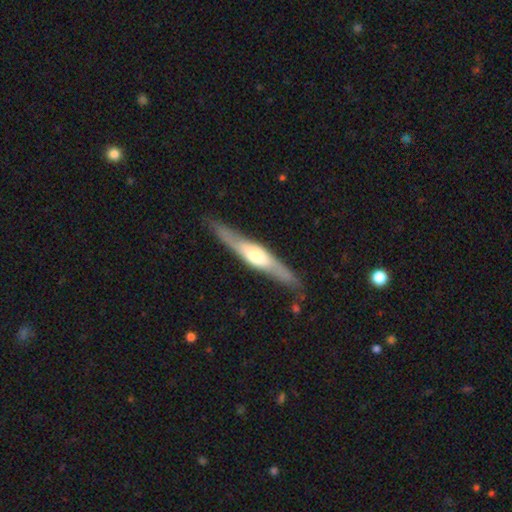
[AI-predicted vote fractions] Smooth or featured?
  - featured or disk: 67% *
  - smooth: 28%
  - star or artifact: 5%
Edge-on disk?
  - yes: 90% *
  - no: 10%
Edge-on bulge?
  - rounded: 77% *
  - boxy: 15%
  - none: 8%
Merging?
  - none: 85% *
  - minor disturbance: 11%
  - major disturbance: 2%
  - merger: 2%